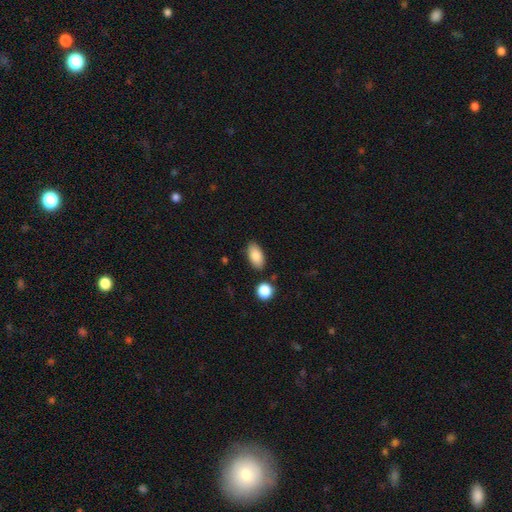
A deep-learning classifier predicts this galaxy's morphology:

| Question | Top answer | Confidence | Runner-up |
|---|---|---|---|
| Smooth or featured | smooth | 87% | star or artifact (7%) |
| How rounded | in between | 93% | round (4%) |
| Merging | none | 83% | minor disturbance (11%) |